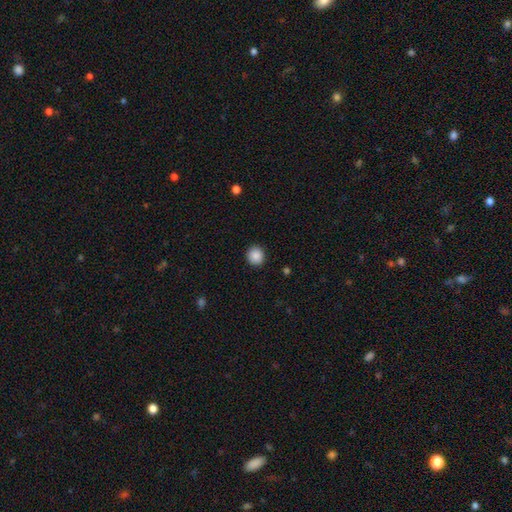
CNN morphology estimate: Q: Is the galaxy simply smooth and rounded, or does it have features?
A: smooth — 88%.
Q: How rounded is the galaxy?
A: round — 91%.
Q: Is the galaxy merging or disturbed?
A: none — 92%.